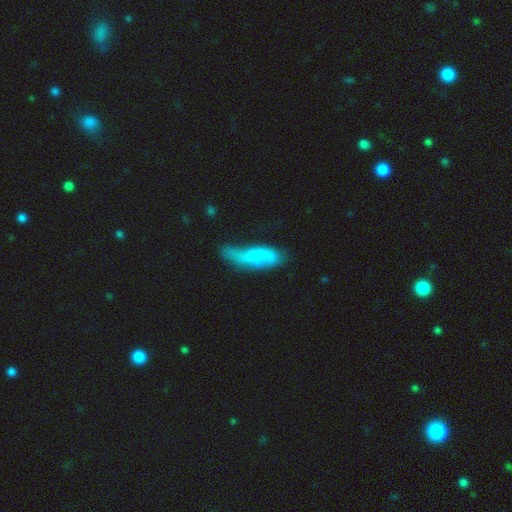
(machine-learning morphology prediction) This appears to be a smooth galaxy with no disk features (51%) that is in between round and cigar-shaped (56%). Merging: none (34%).